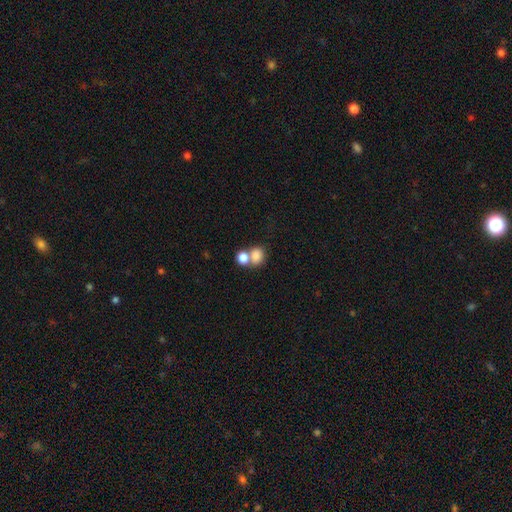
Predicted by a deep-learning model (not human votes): A smooth galaxy with no disk features (80%) that is round (59%). Merging: merger (55%).